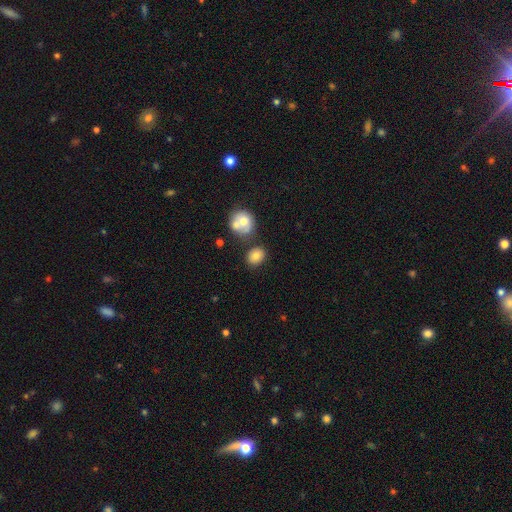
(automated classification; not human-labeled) This is likely a smooth galaxy (78%). How rounded: possibly round (51%). Merging: likely none (71%).